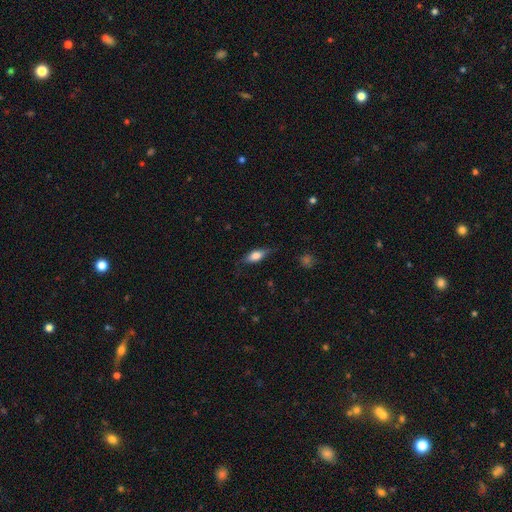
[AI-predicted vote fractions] smooth_or_featured: smooth (p=0.61) [alt: featured or disk p=0.32]
how_rounded: in between (p=0.69) [alt: cigar-shaped p=0.26]
merging: none (p=0.75) [alt: minor disturbance p=0.19]